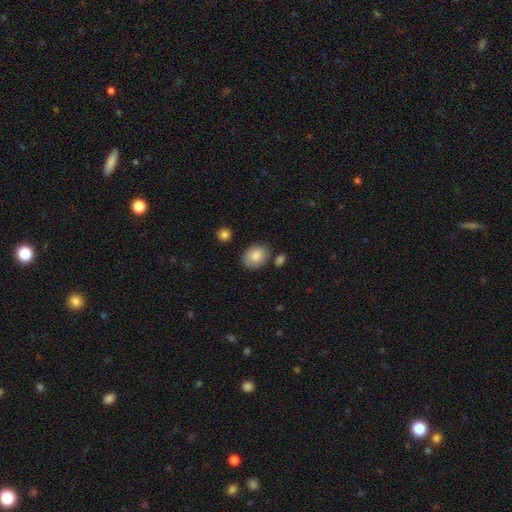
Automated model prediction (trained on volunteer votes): smooth_or_featured: smooth (p=0.84) [alt: featured or disk p=0.09]
how_rounded: in between (p=0.61) [alt: round p=0.38]
merging: none (p=0.76) [alt: minor disturbance p=0.15]